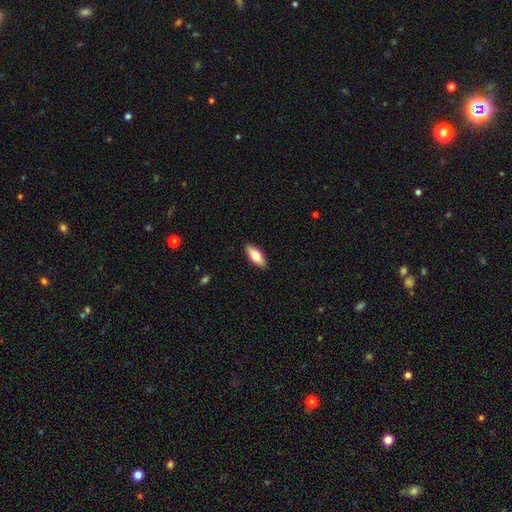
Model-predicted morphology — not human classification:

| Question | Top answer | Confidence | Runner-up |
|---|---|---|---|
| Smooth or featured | smooth | 71% | featured or disk (23%) |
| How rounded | in between | 73% | cigar-shaped (24%) |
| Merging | none | 89% | minor disturbance (8%) |